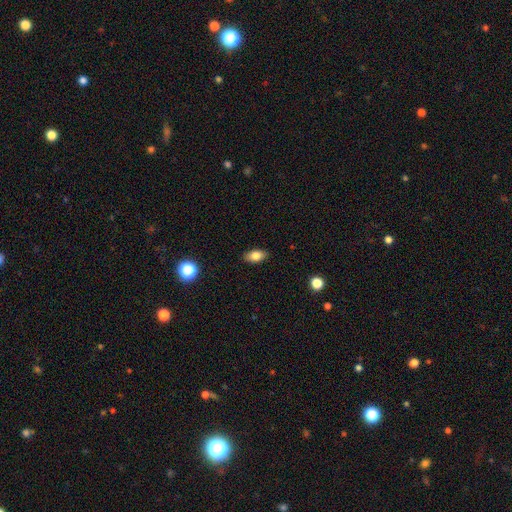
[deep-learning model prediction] The model was most divided on "smooth or featured": smooth: 80%, featured or disk: 11%, star or artifact: 9%. More confident: how rounded — in between (89%); merging — none (88%).